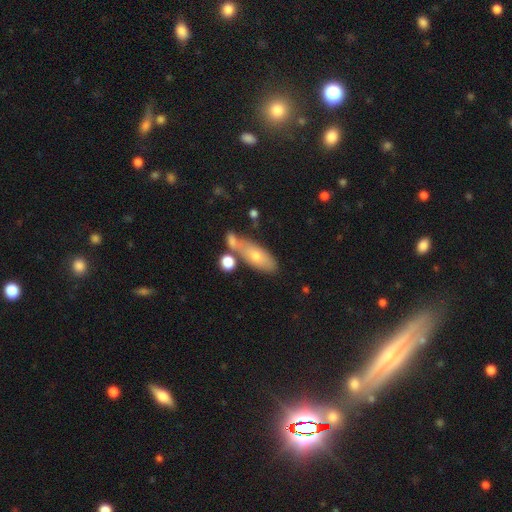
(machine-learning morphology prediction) smooth-or-featured: smooth: 61% | featured or disk: 31% | star or artifact: 8%
  how-rounded: in between: 67% | cigar-shaped: 28% | round: 4%
  merging: none: 54% | merger: 22% | minor disturbance: 18% | major disturbance: 6%